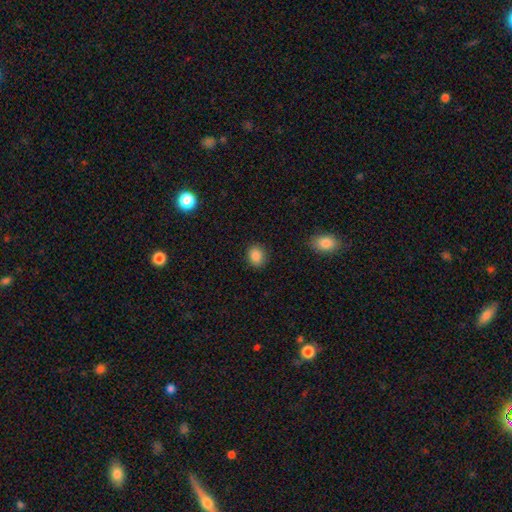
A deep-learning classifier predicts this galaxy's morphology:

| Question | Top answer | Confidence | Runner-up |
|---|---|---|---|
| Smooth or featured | smooth | 86% | star or artifact (10%) |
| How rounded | round | 60% | in between (39%) |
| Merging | none | 88% | minor disturbance (8%) |